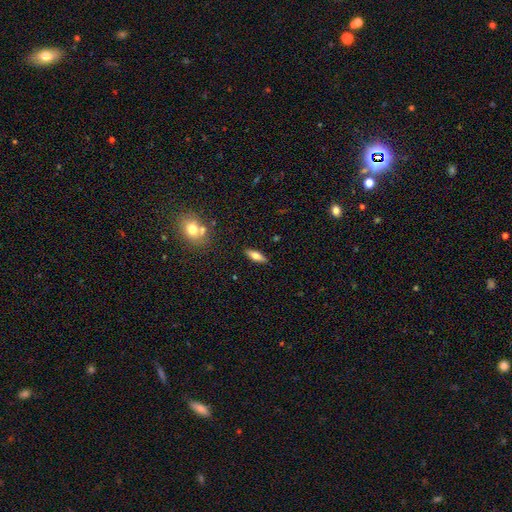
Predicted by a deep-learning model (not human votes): Overall: smooth (58%; featured or disk 34%). How rounded: in between (56%; cigar-shaped 41%). Merging: none (87%).